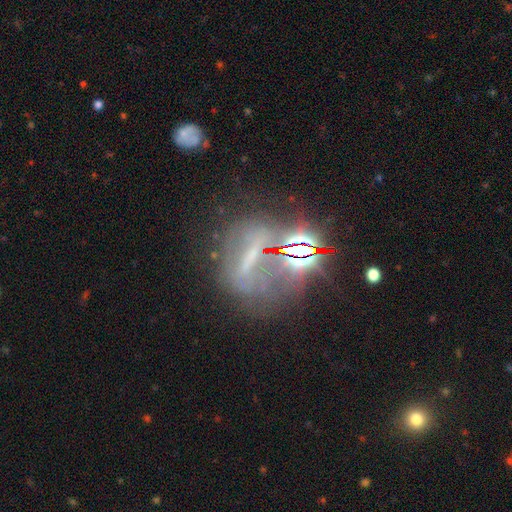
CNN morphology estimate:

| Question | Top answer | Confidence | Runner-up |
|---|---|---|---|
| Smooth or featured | star or artifact | 44% | featured or disk (39%) |